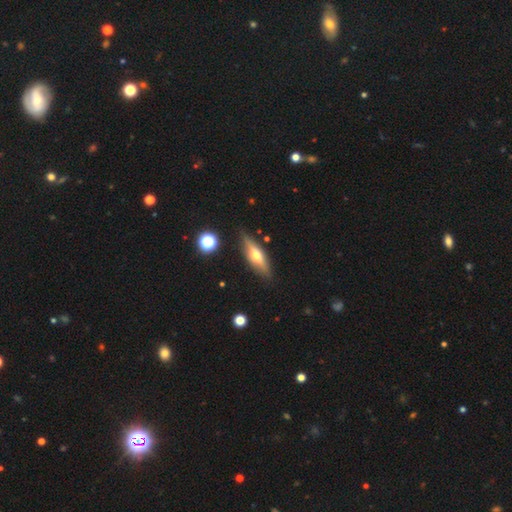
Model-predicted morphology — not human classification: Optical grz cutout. It shows a featured or disk galaxy (56%) viewed edge-on (90%) with a rounded central bulge (91%). Merging: none (84%).